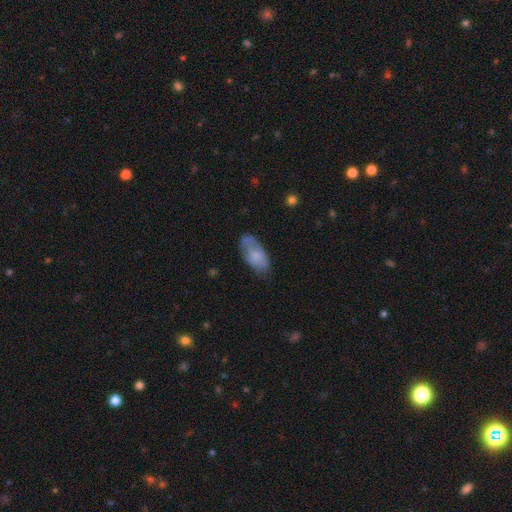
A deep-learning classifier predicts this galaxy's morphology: smooth 71%, featured or disk 22%, star or artifact 7%. Down the decision tree: how rounded — in between (92%); merging — none (57%).